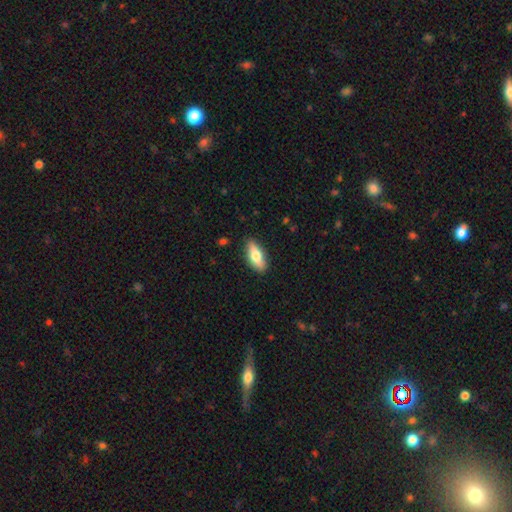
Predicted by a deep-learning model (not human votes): smooth-or-featured: smooth: 71% | featured or disk: 23% | star or artifact: 6%
  how-rounded: in between: 73% | cigar-shaped: 25% | round: 3%
  merging: none: 87% | minor disturbance: 10% | major disturbance: 2% | merger: 1%